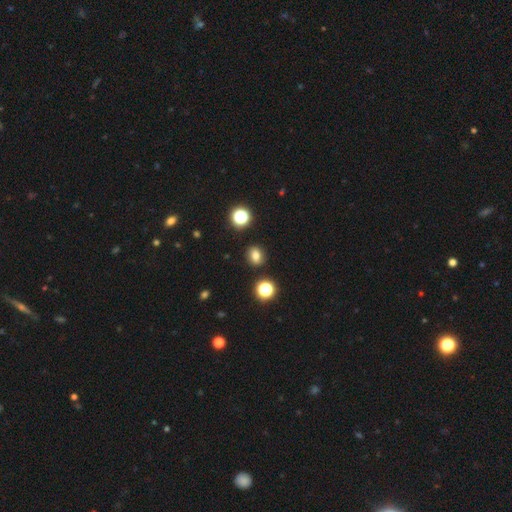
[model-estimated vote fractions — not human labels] The model was most divided on "how rounded": round: 59%, in between: 40%, cigar-shaped: 1%. More confident: merging — none (87%); smooth or featured — smooth (76%).